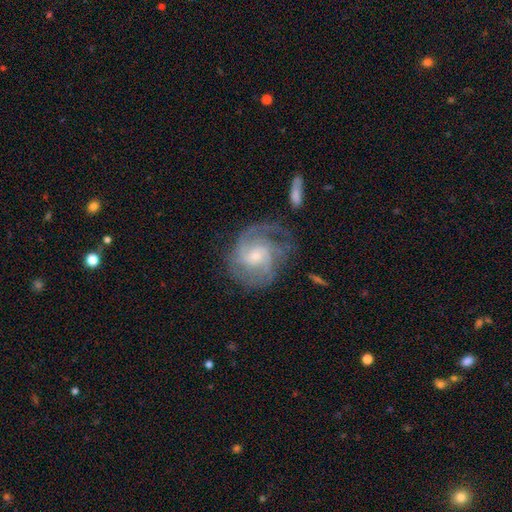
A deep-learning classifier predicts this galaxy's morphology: Smooth or featured: featured or disk — 83% (smooth — 11%)
Edge-on disk: no — 98% (yes — 2%)
Bar: no — 63% (weak — 32%)
Spiral arms: yes — 95% (no — 5%)
Spiral winding: tight — 44% (medium — 43%)
Spiral arm count: 3 — 27% (tied with 2 — 27%)
Bulge size: small — 69% (moderate — 25%)
Merging: none — 60% (minor disturbance — 20%)